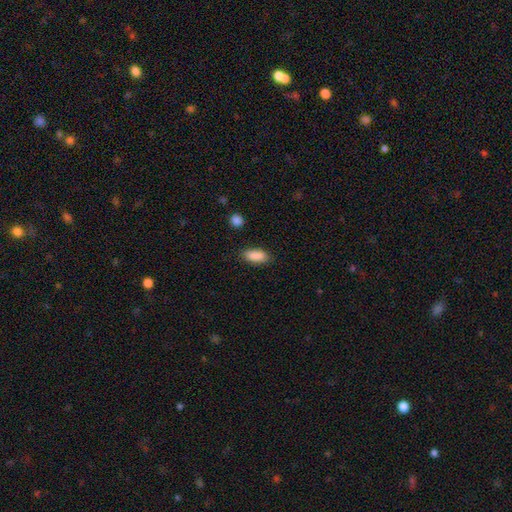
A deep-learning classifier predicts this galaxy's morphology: smooth-or-featured: smooth: 89% | star or artifact: 7% | featured or disk: 4%
  how-rounded: in between: 87% | cigar-shaped: 10% | round: 3%
  merging: none: 83% | minor disturbance: 12% | major disturbance: 3% | merger: 2%